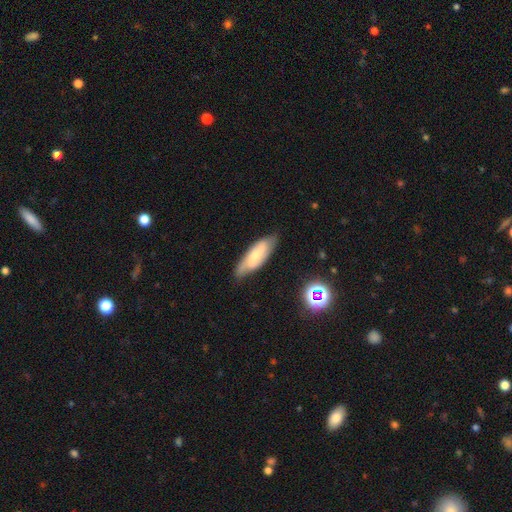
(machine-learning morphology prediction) Smooth or featured: featured or disk — 50% (smooth — 42%)
Edge-on disk: no — 77% (yes — 23%)
Merging: none — 70% (minor disturbance — 23%)